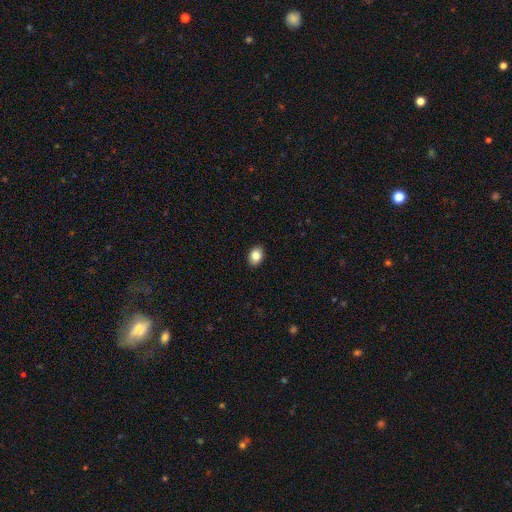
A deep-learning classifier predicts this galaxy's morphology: smooth_or_featured: smooth (p=0.85) [alt: star or artifact p=0.08]
how_rounded: in between (p=0.70) [alt: round p=0.29]
merging: none (p=0.90) [alt: minor disturbance p=0.07]